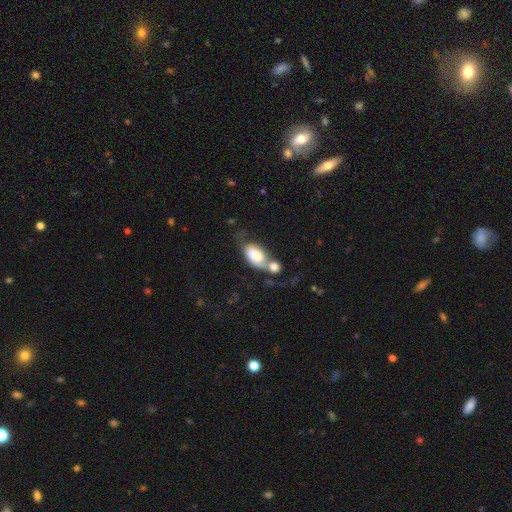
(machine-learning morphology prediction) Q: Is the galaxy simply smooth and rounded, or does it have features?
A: smooth — 71%.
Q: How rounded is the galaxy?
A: in between — 89%.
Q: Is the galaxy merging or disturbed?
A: merger — 51%.